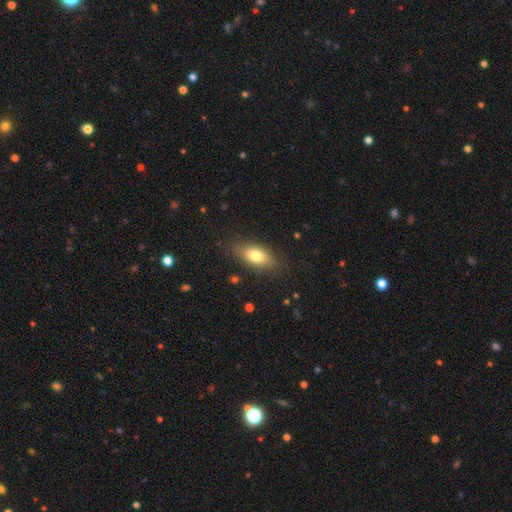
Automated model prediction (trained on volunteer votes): Q: Smooth or featured?
A: smooth (75%); runner-up: featured or disk (17%)
Q: How rounded?
A: in between (83%); runner-up: cigar-shaped (11%)
Q: Merging?
A: none (81%); runner-up: minor disturbance (14%)